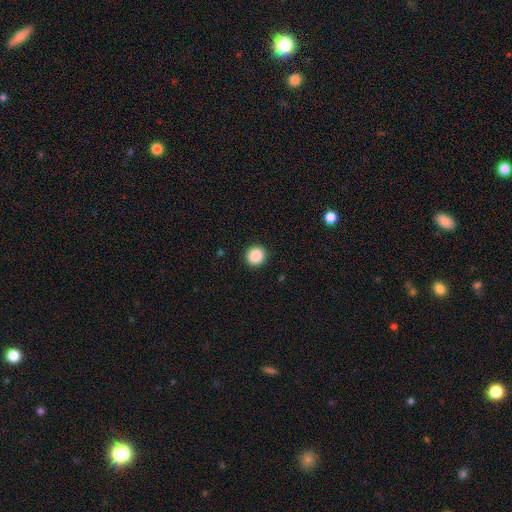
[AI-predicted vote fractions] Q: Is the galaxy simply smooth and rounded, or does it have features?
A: smooth — 88%.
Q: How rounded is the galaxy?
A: round — 90%.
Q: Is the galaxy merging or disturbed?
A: none — 92%.